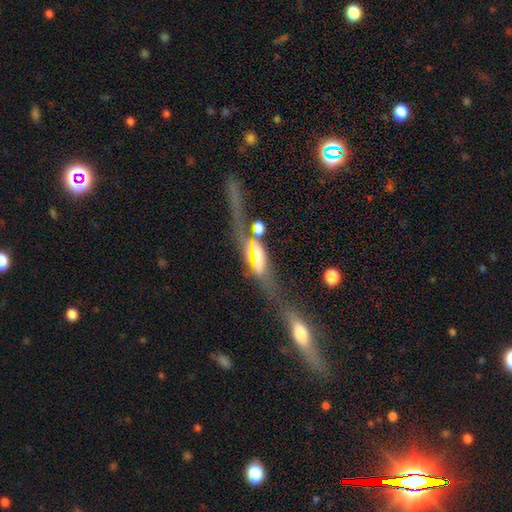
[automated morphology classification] The model was most divided on "merging": none: 48%, major disturbance: 19%, minor disturbance: 18%, merger: 15%. More confident: edge-on disk — yes (77%); smooth or featured — featured or disk (62%).